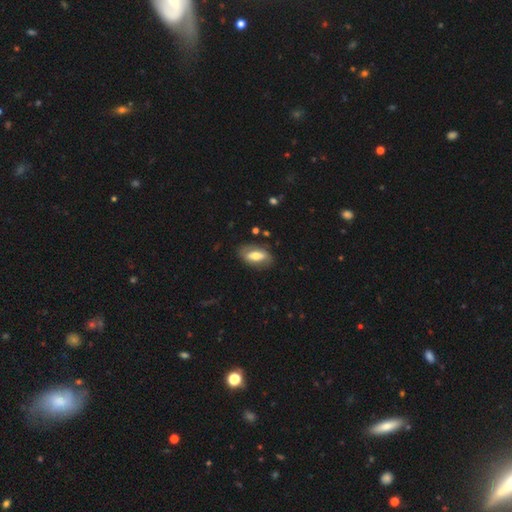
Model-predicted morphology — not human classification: Q: Smooth or featured?
A: smooth (52%); runner-up: featured or disk (42%)
Q: How rounded?
A: in between (86%); runner-up: cigar-shaped (9%)
Q: Merging?
A: none (76%); runner-up: minor disturbance (17%)